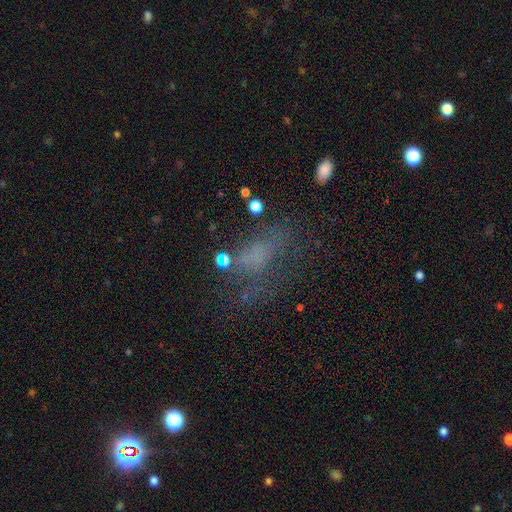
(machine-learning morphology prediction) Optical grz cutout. It shows a smooth galaxy with no disk features (44%). Merging: none (41%).